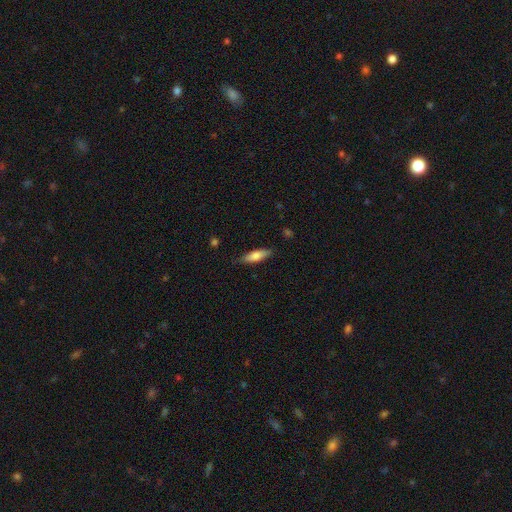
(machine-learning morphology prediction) A smooth galaxy with no disk features (73%) that is cigar-shaped (55%).

Vote fractions:
- Smooth or featured? smooth: 73% / featured or disk: 20% / star or artifact: 6%
- How rounded? cigar-shaped: 55% / in between: 43% / round: 2%
- Merging? none: 80% / minor disturbance: 16% / major disturbance: 3% / merger: 1%